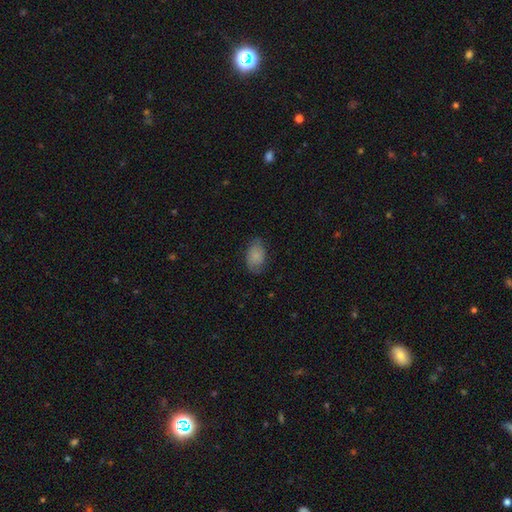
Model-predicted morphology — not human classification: smooth-or-featured: smooth: 77% | featured or disk: 16% | star or artifact: 7%
  how-rounded: in between: 89% | round: 10% | cigar-shaped: 1%
  merging: none: 70% | minor disturbance: 23% | major disturbance: 6% | merger: 1%